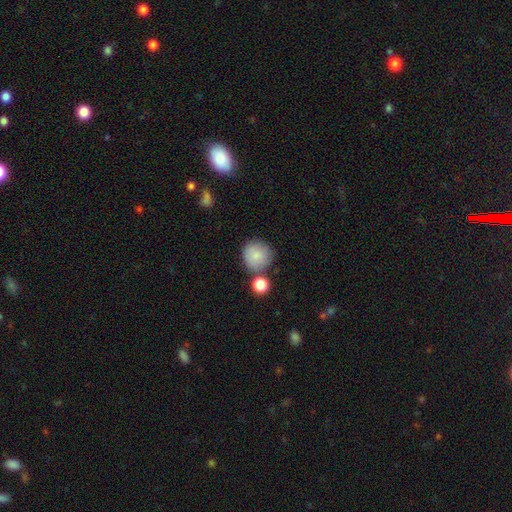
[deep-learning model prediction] Overall: smooth (85%). How rounded: round (92%). Merging: none (69%).